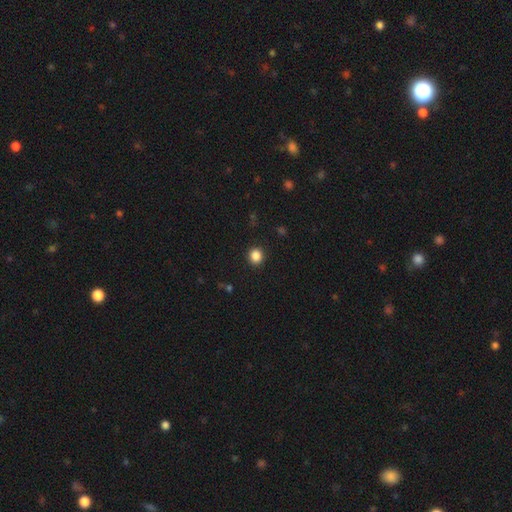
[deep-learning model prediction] This is clearly a smooth galaxy (86%). How rounded: clearly round (84%). Merging: clearly none (91%).